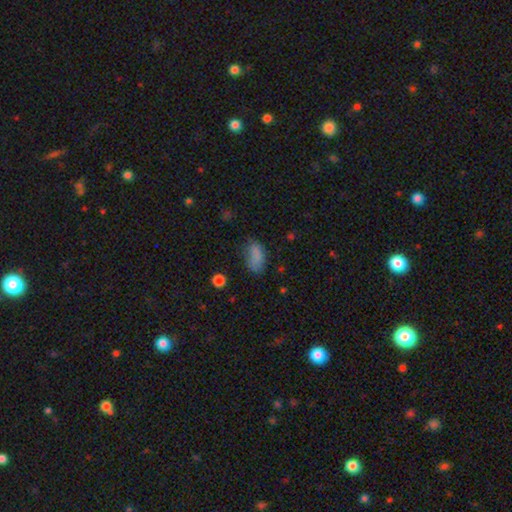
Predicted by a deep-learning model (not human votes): Overall: smooth (81%). How rounded: in between (91%). Merging: none (61%; minor disturbance 26%).